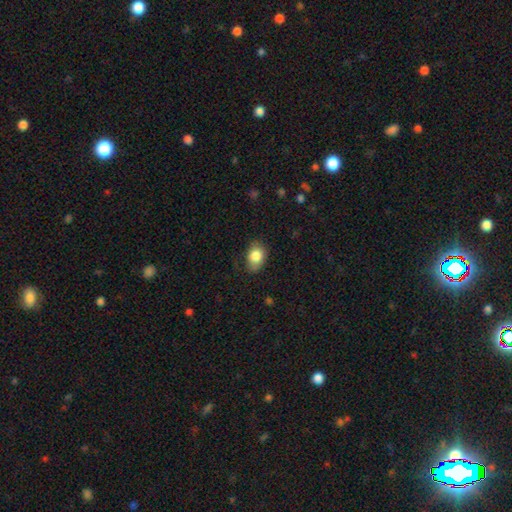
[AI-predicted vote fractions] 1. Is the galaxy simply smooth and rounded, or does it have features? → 84% smooth, 8% featured or disk, 8% star or artifact.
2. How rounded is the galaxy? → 76% in between, 23% round, 1% cigar-shaped.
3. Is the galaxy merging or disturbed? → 70% none, 23% minor disturbance, 6% major disturbance, 1% merger.